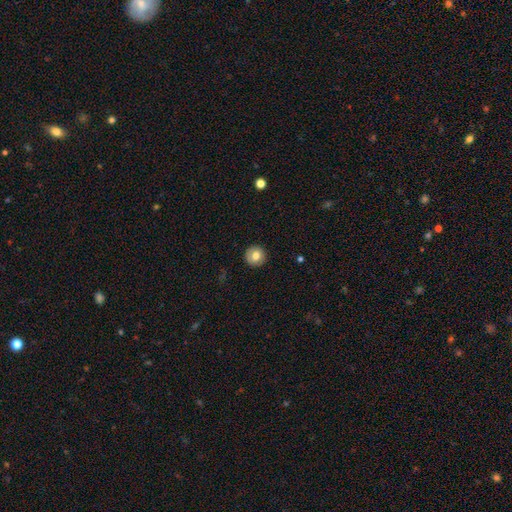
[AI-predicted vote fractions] This appears to be a smooth galaxy with no disk features (77%) that is round (95%). Merging: none (92%).